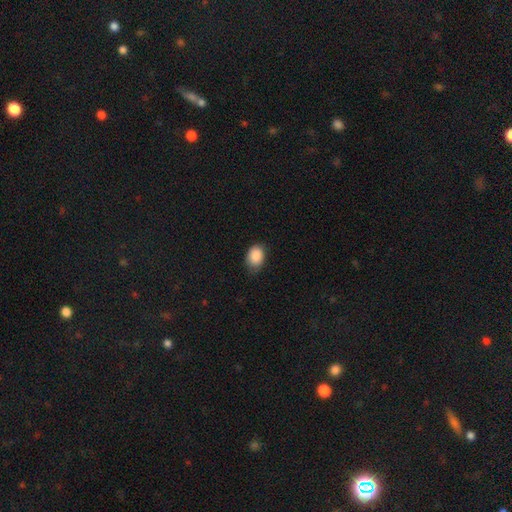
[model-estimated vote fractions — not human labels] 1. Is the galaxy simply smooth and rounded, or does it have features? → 88% smooth, 8% star or artifact, 5% featured or disk.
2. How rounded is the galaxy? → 73% in between, 26% round, 1% cigar-shaped.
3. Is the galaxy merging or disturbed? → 66% none, 28% minor disturbance, 5% major disturbance, 1% merger.